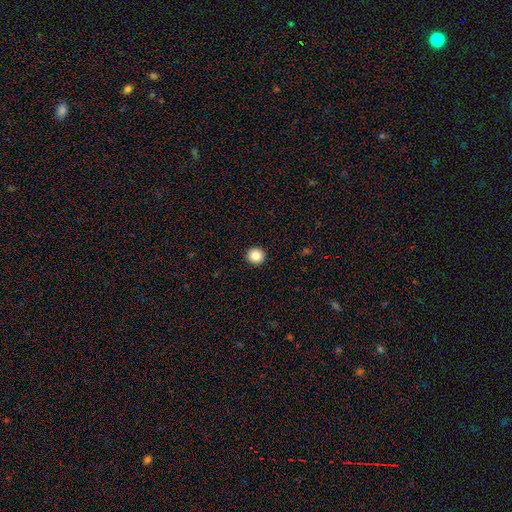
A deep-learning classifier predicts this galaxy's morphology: The model was most divided on "smooth or featured": smooth: 85%, star or artifact: 9%, featured or disk: 5%. More confident: merging — none (93%); how rounded — round (93%).